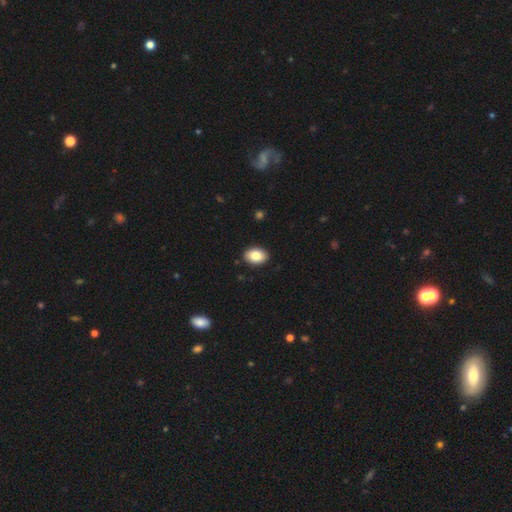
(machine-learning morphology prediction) This appears to be a smooth galaxy with no disk features (84%) that is in between round and cigar-shaped (83%). Merging: none (90%).